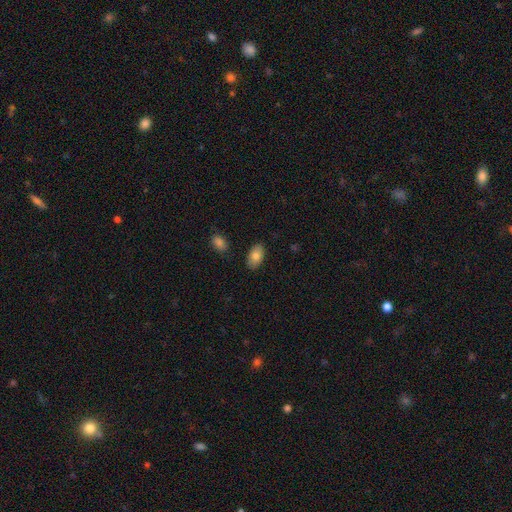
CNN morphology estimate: Smooth or featured: smooth — 82% (featured or disk — 12%)
How rounded: in between — 94% (round — 4%)
Merging: none — 87% (minor disturbance — 9%)